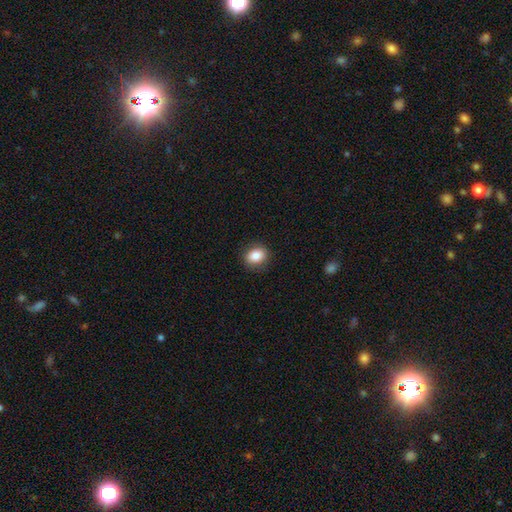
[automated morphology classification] Smooth or featured: smooth — 83% (star or artifact — 9%)
How rounded: round — 58% (in between — 41%)
Merging: none — 88% (minor disturbance — 9%)